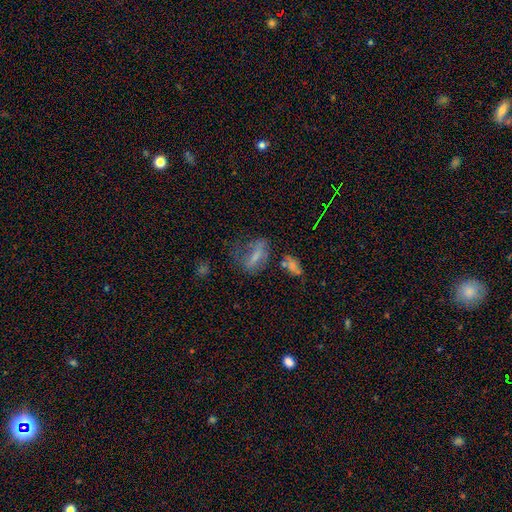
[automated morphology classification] smooth_or_featured: featured or disk (p=0.39) [alt: smooth p=0.38]
merging: none (p=0.40) [alt: major disturbance p=0.29]